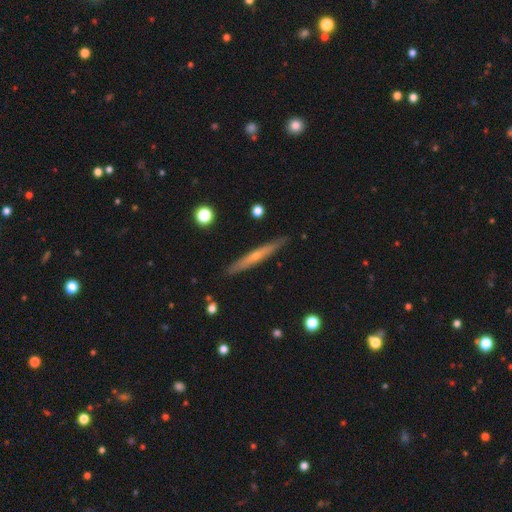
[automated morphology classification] The model was most divided on "edge-on bulge": rounded: 59%, none: 38%, boxy: 3%. More confident: edge-on disk — yes (95%); merging — none (89%); smooth or featured — featured or disk (60%).